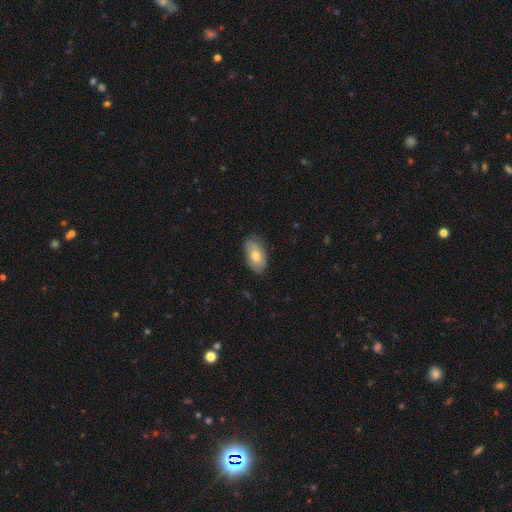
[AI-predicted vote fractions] Overall: smooth (68%). How rounded: in between (92%). Merging: none (78%).